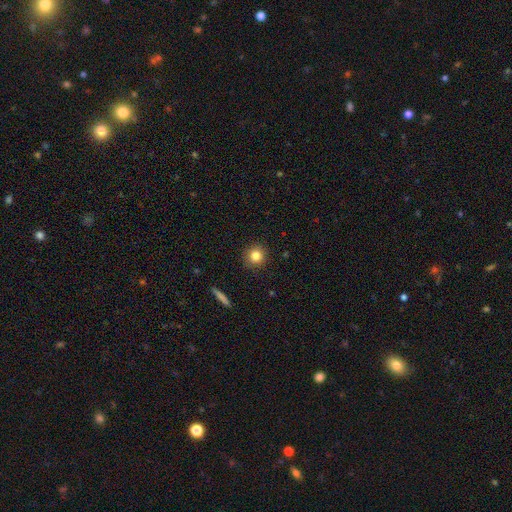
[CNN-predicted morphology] smooth-or-featured: smooth: 82% | star or artifact: 11% | featured or disk: 7%
  how-rounded: round: 92% | in between: 7% | cigar-shaped: 1%
  merging: none: 90% | minor disturbance: 7% | major disturbance: 2% | merger: 1%